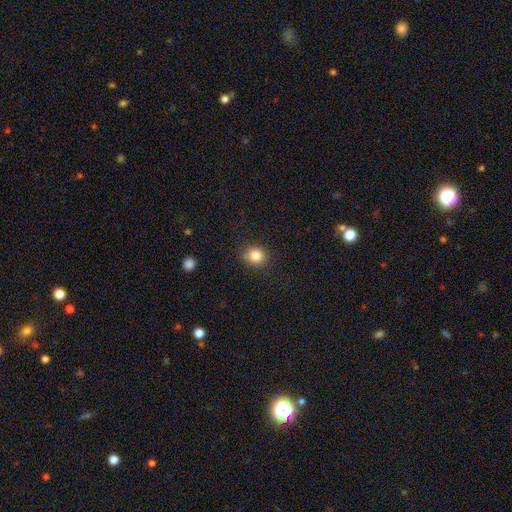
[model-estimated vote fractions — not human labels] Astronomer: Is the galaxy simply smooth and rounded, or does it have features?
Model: smooth — 83%.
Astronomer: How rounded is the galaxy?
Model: round — 74%.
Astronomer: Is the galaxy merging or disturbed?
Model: none — 85%.